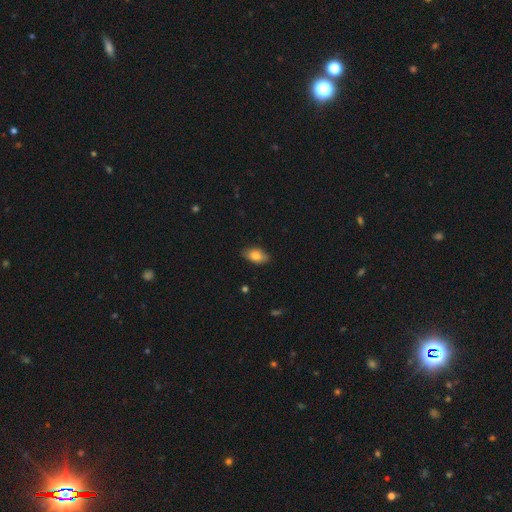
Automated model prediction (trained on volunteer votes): Smooth or featured? smooth (81%)
How rounded? in between (91%)
Merging? none (84%)